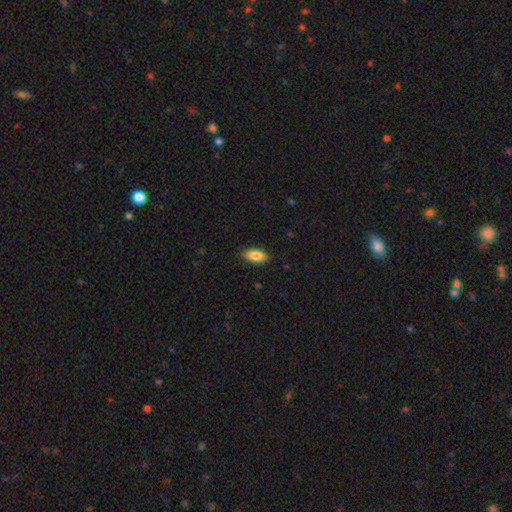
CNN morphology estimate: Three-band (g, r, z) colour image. It shows a smooth galaxy with no disk features (84%) that is in between round and cigar-shaped (90%). Merging: none (89%).